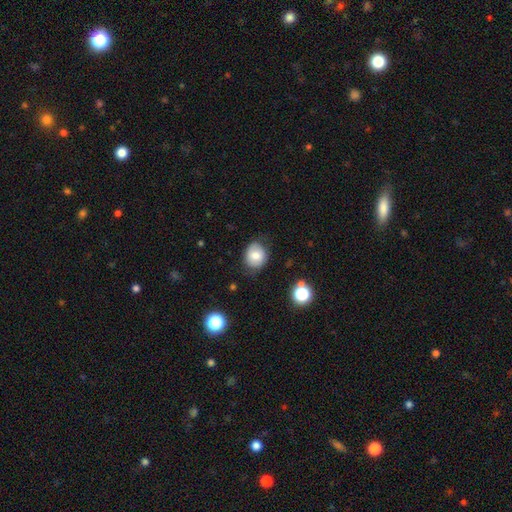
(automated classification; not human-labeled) Q: Smooth or featured?
A: smooth (76%); runner-up: featured or disk (14%)
Q: How rounded?
A: round (65%); runner-up: in between (34%)
Q: Merging?
A: none (74%); runner-up: minor disturbance (20%)